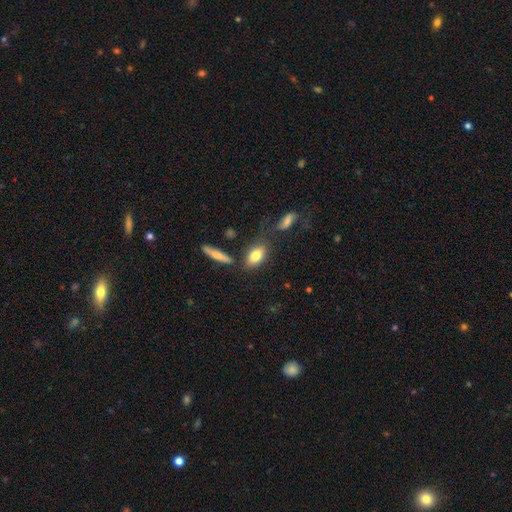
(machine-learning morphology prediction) The model was most divided on "merging": none: 70%, minor disturbance: 15%, merger: 10%, major disturbance: 5%. More confident: how rounded — in between (86%); smooth or featured — smooth (78%).